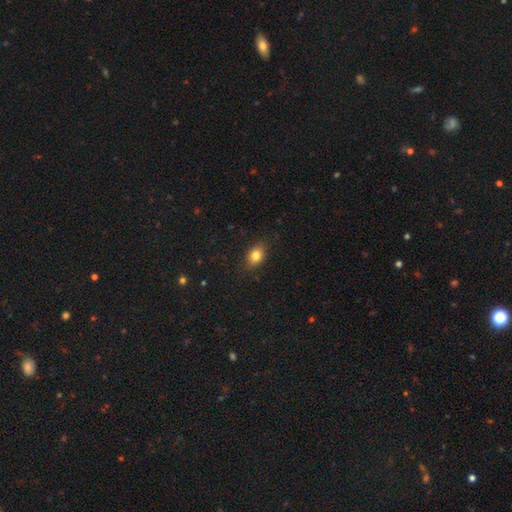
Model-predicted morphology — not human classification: The model was most divided on "how rounded": in between: 75%, round: 23%, cigar-shaped: 2%. More confident: merging — none (85%); smooth or featured — smooth (81%).